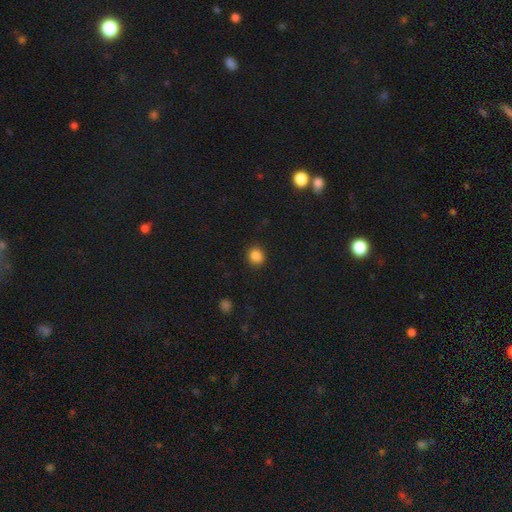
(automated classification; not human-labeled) Smooth or featured?
  - smooth: 85% *
  - star or artifact: 11%
  - featured or disk: 3%
How rounded?
  - round: 83% *
  - in between: 17%
  - cigar-shaped: 1%
Merging?
  - none: 89% *
  - minor disturbance: 7%
  - major disturbance: 2%
  - merger: 1%